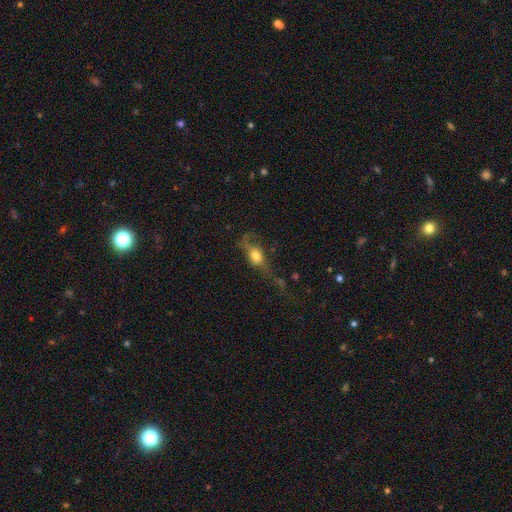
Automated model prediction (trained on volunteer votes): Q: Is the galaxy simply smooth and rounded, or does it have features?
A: smooth — 53%.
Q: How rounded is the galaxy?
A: in between — 63%.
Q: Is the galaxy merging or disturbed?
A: major disturbance — 45%.